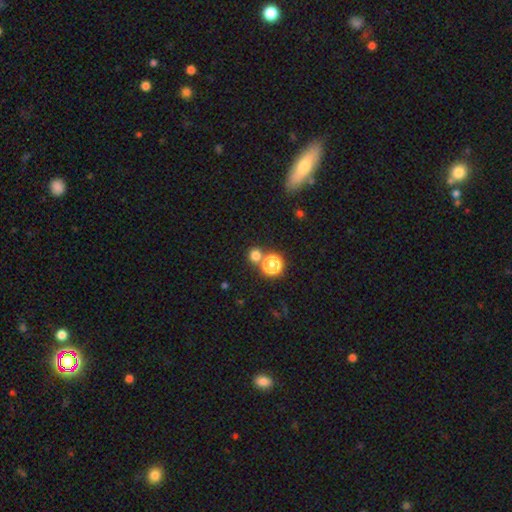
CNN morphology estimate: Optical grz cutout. It shows a smooth galaxy with no disk features (74%) that is round (88%). Merging: none (71%).